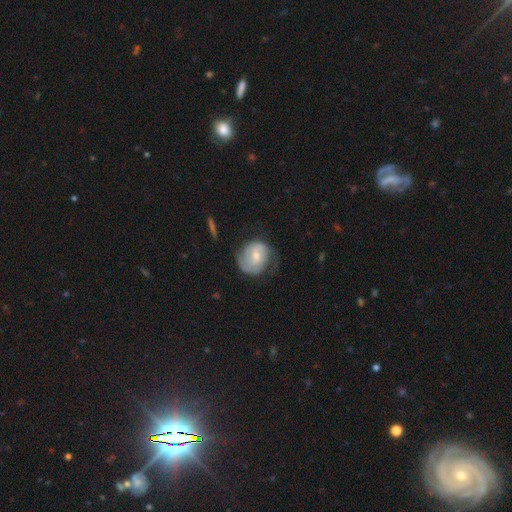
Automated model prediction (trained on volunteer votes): Smooth or featured?
  - featured or disk: 68% *
  - smooth: 26%
  - star or artifact: 6%
Edge-on disk?
  - no: 97% *
  - yes: 3%
Bar?
  - no: 50% *
  - weak: 42%
  - strong: 8%
Spiral arms?
  - yes: 88% *
  - no: 12%
Spiral winding?
  - tight: 49% *
  - medium: 36%
  - loose: 15%
Spiral arm count?
  - 2: 64% *
  - can't tell: 19%
  - 1: 9%
  - 3: 5%
  - 4: 2%
  - more than 4: 2%
Bulge size?
  - moderate: 51% *
  - small: 44%
  - large: 2%
  - none: 2%
  - dominant: 1%
Merging?
  - none: 59% *
  - minor disturbance: 25%
  - major disturbance: 14%
  - merger: 2%